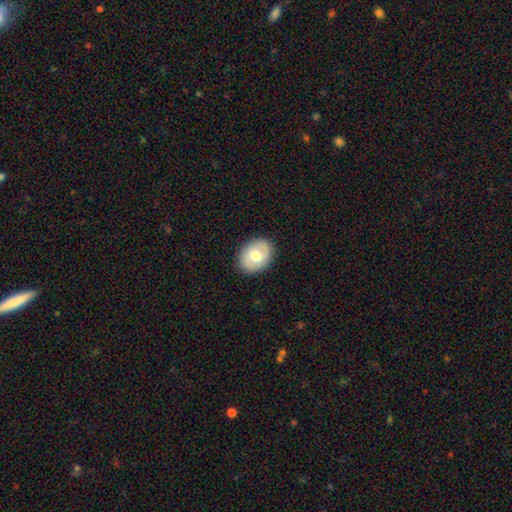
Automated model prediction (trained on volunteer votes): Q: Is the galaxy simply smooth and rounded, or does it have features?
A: smooth — 67%.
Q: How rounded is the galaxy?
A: in between — 63%.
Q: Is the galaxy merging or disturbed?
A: none — 87%.